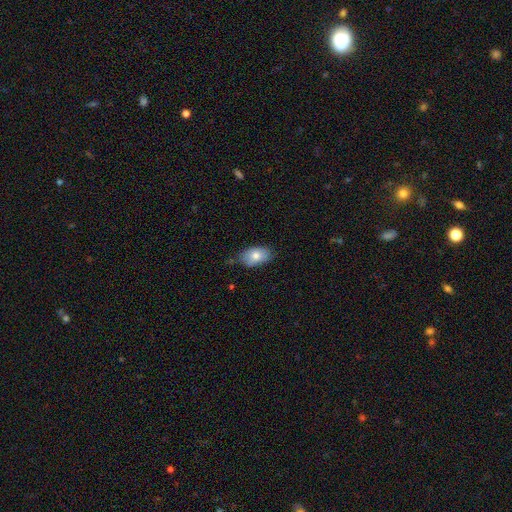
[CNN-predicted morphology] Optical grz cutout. It shows a smooth galaxy with no disk features (77%) that is in between round and cigar-shaped (91%). Merging: none (73%).